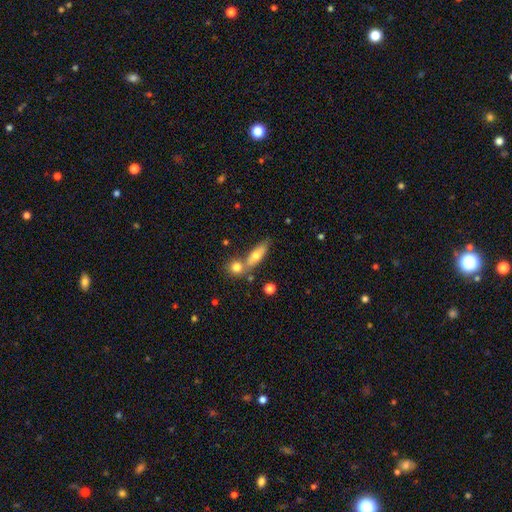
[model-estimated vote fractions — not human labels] This appears to be a smooth galaxy with no disk features (66%) that is in between round and cigar-shaped (54%). Merging: none (53%).